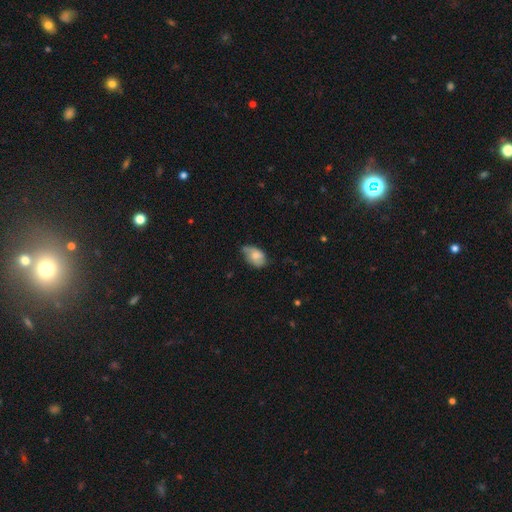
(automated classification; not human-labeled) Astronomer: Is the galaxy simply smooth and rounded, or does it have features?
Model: smooth — 67%.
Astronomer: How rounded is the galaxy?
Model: in between — 89%.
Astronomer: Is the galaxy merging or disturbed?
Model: none — 47% (runner-up: minor disturbance, 42%).